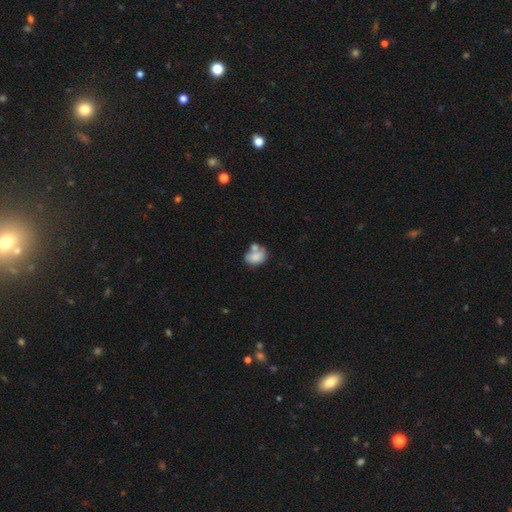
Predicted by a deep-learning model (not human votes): Smooth or featured? Predicted: smooth (p=0.76). How rounded? Predicted: in between (p=0.68). Merging? Predicted: none (p=0.39).